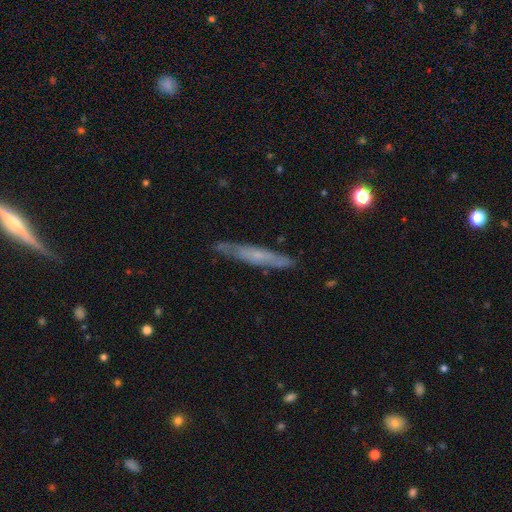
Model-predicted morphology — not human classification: Smooth or featured?
  - featured or disk: 55% *
  - smooth: 36%
  - star or artifact: 9%
Edge-on disk?
  - yes: 80% *
  - no: 20%
Merging?
  - none: 83% *
  - minor disturbance: 13%
  - major disturbance: 3%
  - merger: 2%